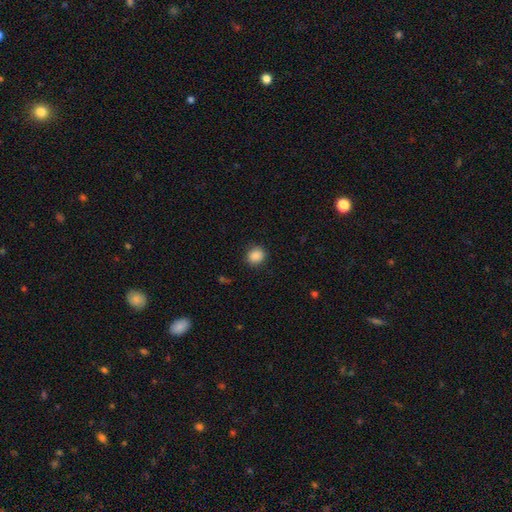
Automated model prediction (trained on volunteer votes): Morphology: type=smooth (88%); roundness=round (82%); merging=none (88%).